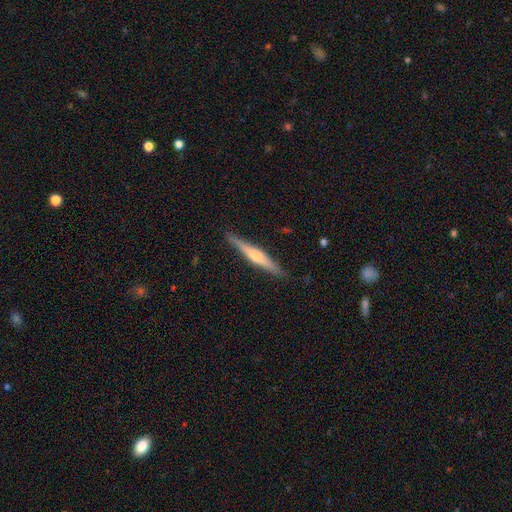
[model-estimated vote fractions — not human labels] Smooth or featured?
  - featured or disk: 61% *
  - smooth: 33%
  - star or artifact: 6%
Edge-on disk?
  - yes: 97% *
  - no: 3%
Edge-on bulge?
  - rounded: 77% *
  - none: 13%
  - boxy: 10%
Merging?
  - none: 89% *
  - minor disturbance: 8%
  - major disturbance: 2%
  - merger: 1%